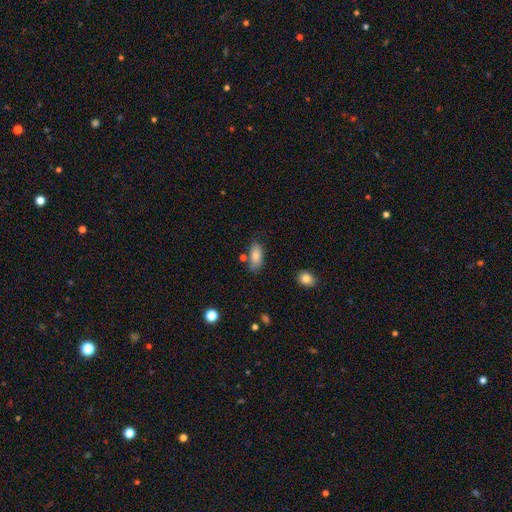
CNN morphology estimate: Smooth or featured? Predicted: smooth (p=0.83). How rounded? Predicted: in between (p=0.88). Merging? Predicted: none (p=0.69).